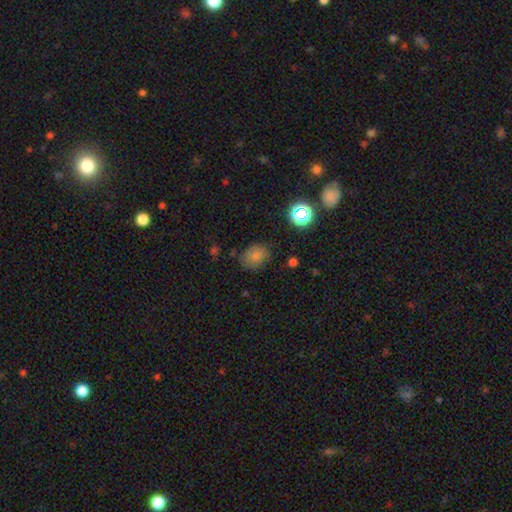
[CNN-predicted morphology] Smooth or featured? smooth (77%)
How rounded? in between (51%)
Merging? none (73%)